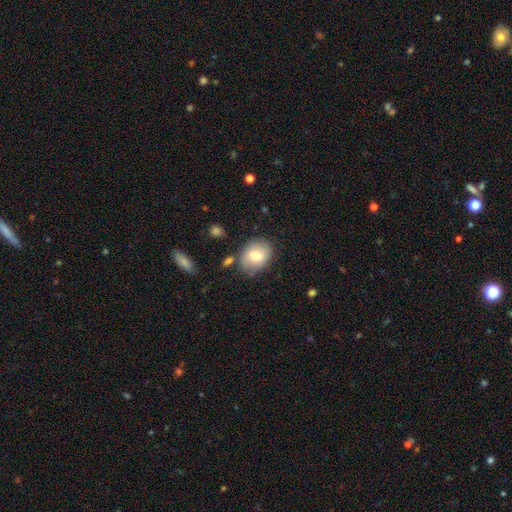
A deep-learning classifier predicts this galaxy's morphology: Smooth or featured?
  - smooth: 73% *
  - featured or disk: 19%
  - star or artifact: 8%
How rounded?
  - in between: 50% *
  - round: 49%
  - cigar-shaped: 1%
Merging?
  - none: 77% *
  - minor disturbance: 14%
  - merger: 5%
  - major disturbance: 4%